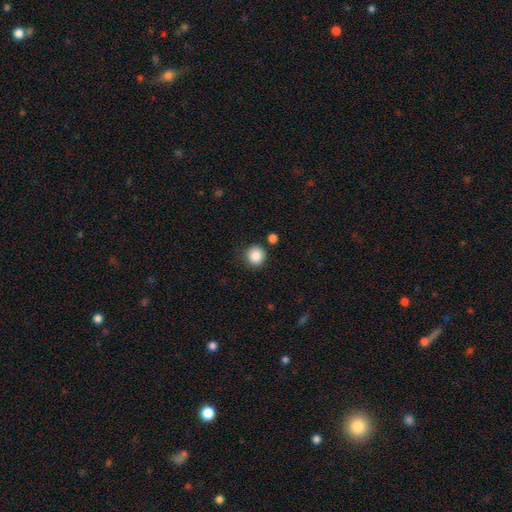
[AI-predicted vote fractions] smooth 88%, star or artifact 9%, featured or disk 3%. Down the decision tree: how rounded — round (93%); merging — none (84%).